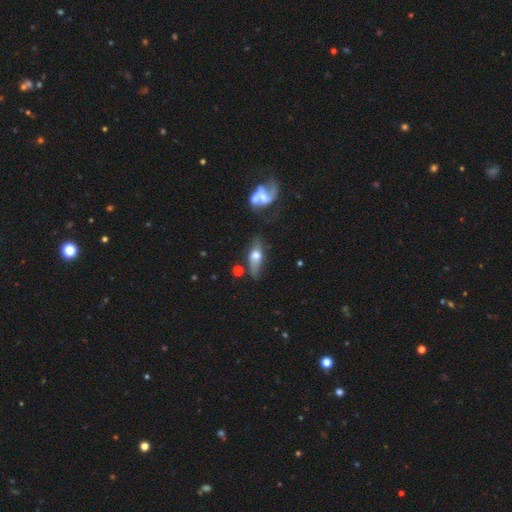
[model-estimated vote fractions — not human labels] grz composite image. It shows a featured or disk galaxy (49%). Merging: none (55%).